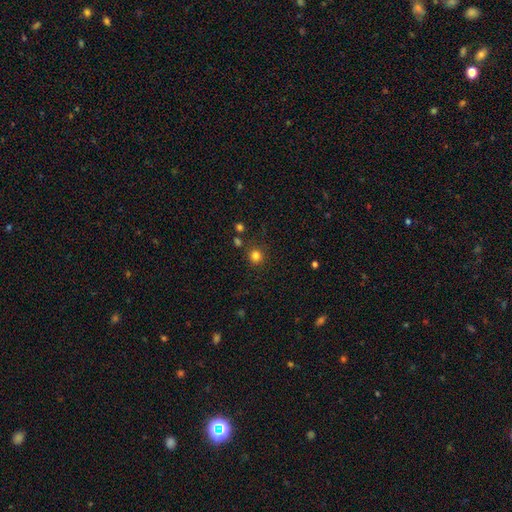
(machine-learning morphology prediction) Smooth or featured: smooth — 81% (star or artifact — 15%)
How rounded: round — 92% (in between — 7%)
Merging: none — 85% (minor disturbance — 7%)